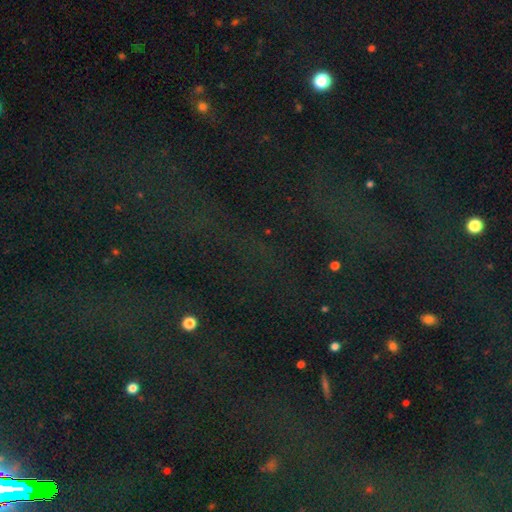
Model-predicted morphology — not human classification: star or artifact 75%, smooth 15%, featured or disk 11%.